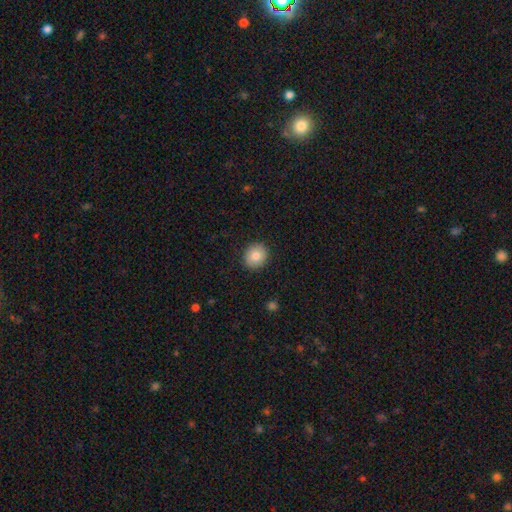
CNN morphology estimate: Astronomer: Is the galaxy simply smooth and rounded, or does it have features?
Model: smooth — 83%.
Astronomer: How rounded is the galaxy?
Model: round — 82%.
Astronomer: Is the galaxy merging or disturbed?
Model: none — 90%.